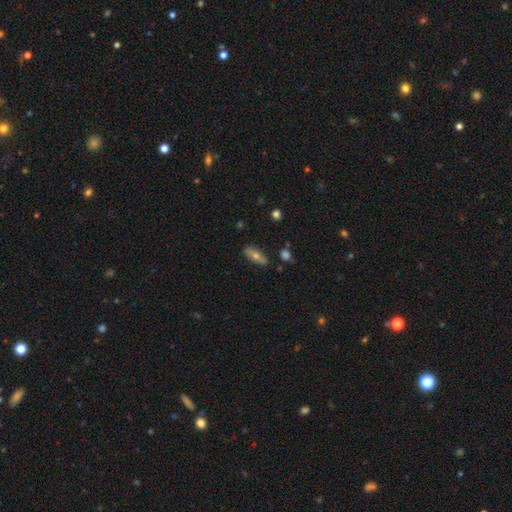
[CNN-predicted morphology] Smooth or featured?
  - smooth: 56% *
  - featured or disk: 35%
  - star or artifact: 9%
How rounded?
  - in between: 65% *
  - cigar-shaped: 30%
  - round: 4%
Merging?
  - none: 83% *
  - minor disturbance: 12%
  - merger: 3%
  - major disturbance: 3%